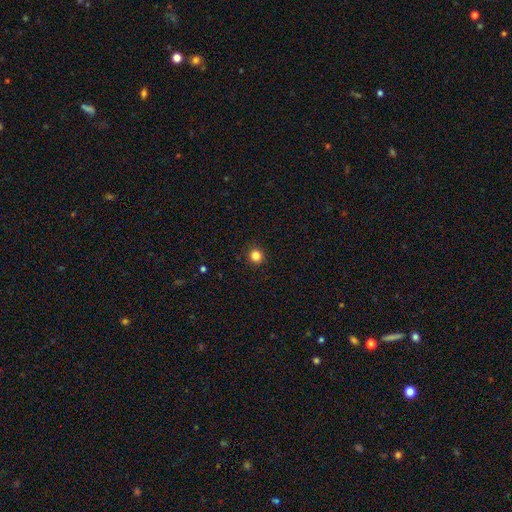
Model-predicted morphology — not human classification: smooth_or_featured: smooth (p=0.84) [alt: star or artifact p=0.12]
how_rounded: round (p=0.94) [alt: in between p=0.06]
merging: none (p=0.92) [alt: minor disturbance p=0.05]